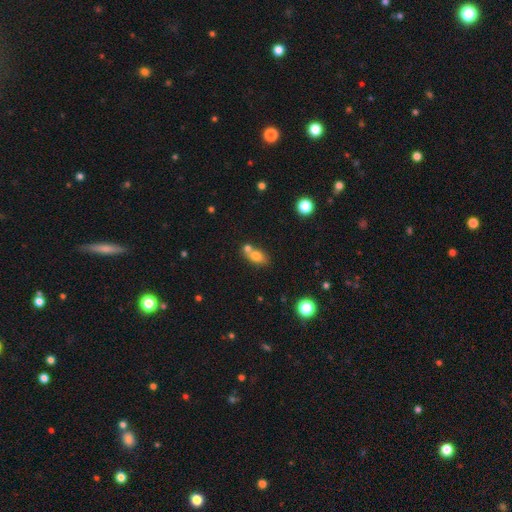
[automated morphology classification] A smooth galaxy with no disk features (74%) that is in between round and cigar-shaped (75%). Merging: merger (45%).